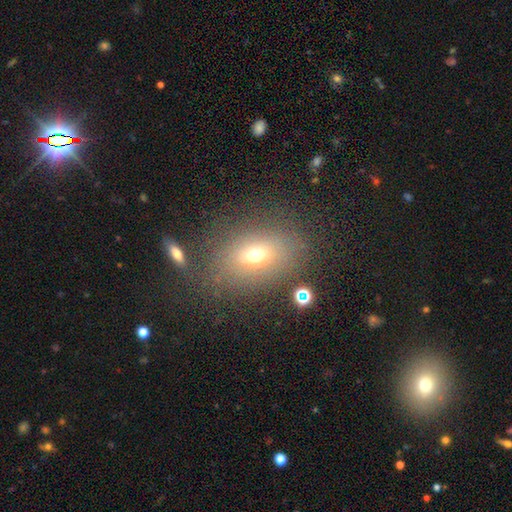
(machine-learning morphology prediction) A smooth galaxy with no disk features (65%) that is in between round and cigar-shaped (67%).

Vote fractions:
- Smooth or featured? smooth: 65% / star or artifact: 18% / featured or disk: 18%
- How rounded? in between: 67% / round: 31% / cigar-shaped: 2%
- Merging? none: 73% / minor disturbance: 14% / major disturbance: 9% / merger: 5%